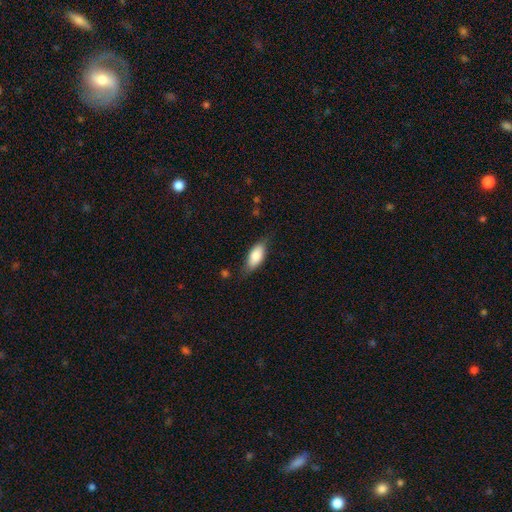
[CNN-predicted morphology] A smooth galaxy with no disk features (79%) that is in between round and cigar-shaped (85%). Merging: none (70%).